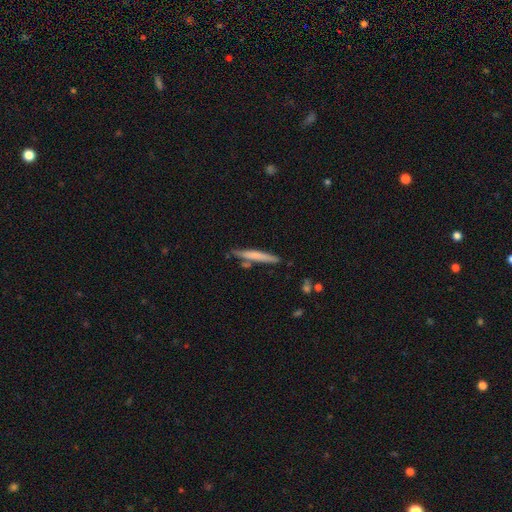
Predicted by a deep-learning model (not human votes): A smooth galaxy with no disk features (63%) that is cigar-shaped (95%). Merging: none (77%).